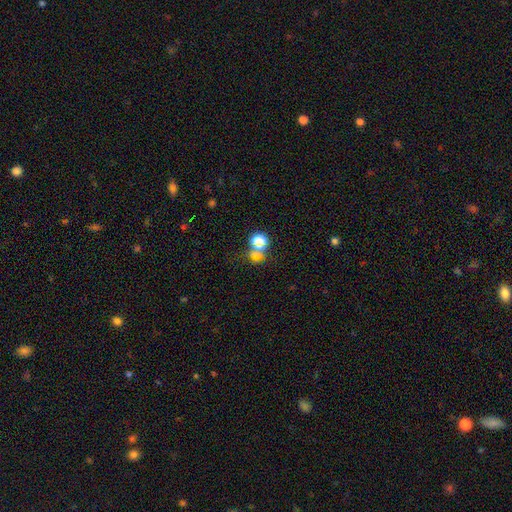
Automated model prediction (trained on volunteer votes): This appears to be a smooth galaxy with no disk features (59%) that is round (73%). Merging: none (50%).